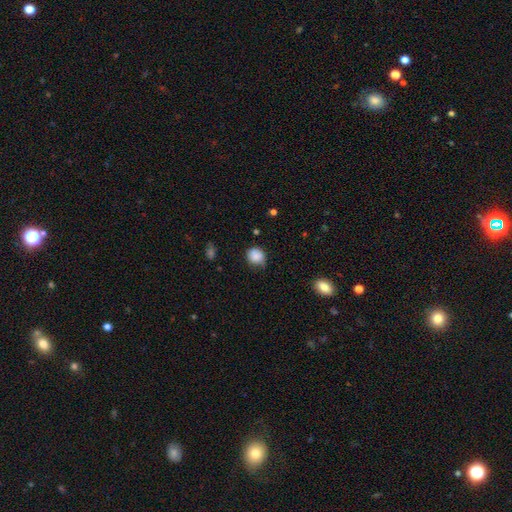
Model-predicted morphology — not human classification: Smooth or featured?
  - smooth: 85% *
  - star or artifact: 9%
  - featured or disk: 6%
How rounded?
  - round: 78% *
  - in between: 21%
  - cigar-shaped: 1%
Merging?
  - none: 61% *
  - minor disturbance: 31%
  - major disturbance: 6%
  - merger: 2%